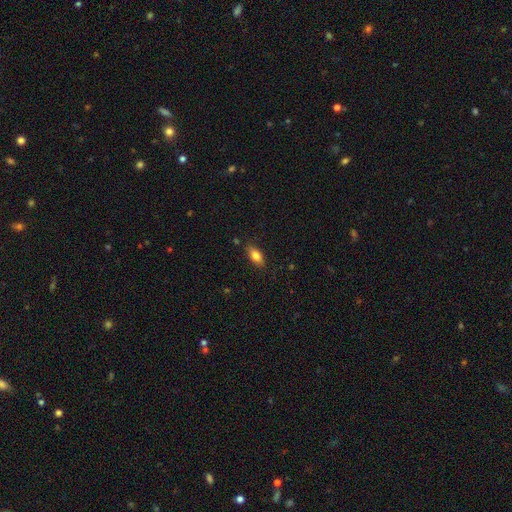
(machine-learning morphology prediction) smooth 80%, featured or disk 12%, star or artifact 8%. Down the decision tree: how rounded — in between (87%); merging — none (83%).